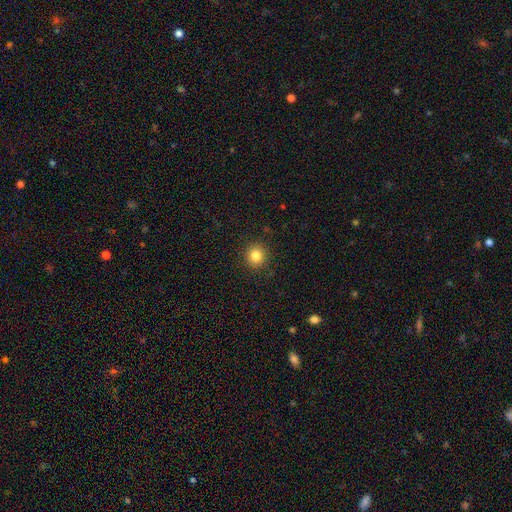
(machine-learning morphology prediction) smooth-or-featured: smooth: 83% | star or artifact: 11% | featured or disk: 6%
  how-rounded: round: 91% | in between: 8% | cigar-shaped: 1%
  merging: none: 91% | minor disturbance: 6% | major disturbance: 2% | merger: 1%